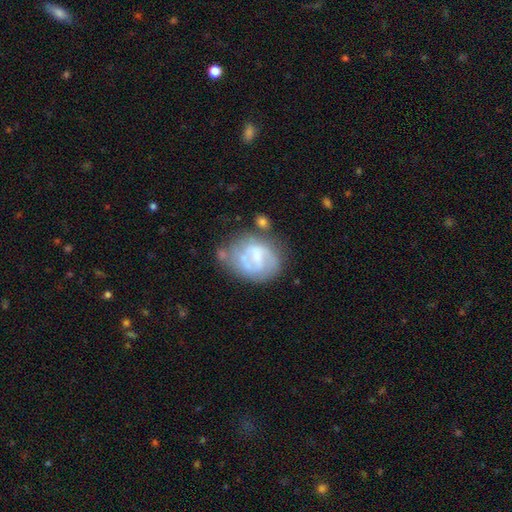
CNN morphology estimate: This is likely a featured or disk galaxy (63%). It is clearly not viewed edge-on (97%). Bar: marginally weak (45%). Spiral arm pattern: possibly yes (59%). Central bulge: marginally small (38%). Merging: possibly none (45%).